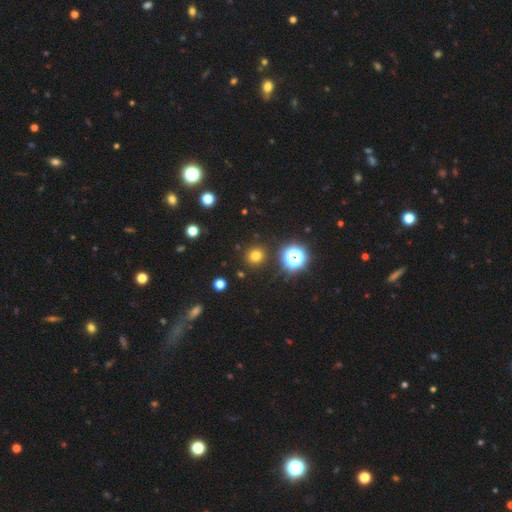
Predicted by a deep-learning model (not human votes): This appears to be a smooth galaxy with no disk features (75%) that is round (92%). Merging: none (90%).